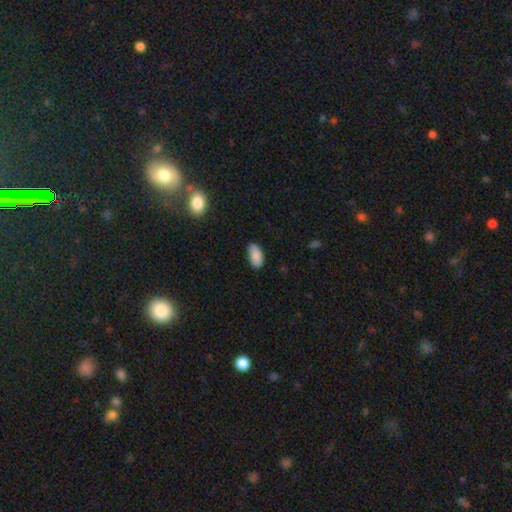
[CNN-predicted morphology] This appears to be a smooth galaxy with no disk features (88%) that is in between round and cigar-shaped (94%). Merging: none (81%).